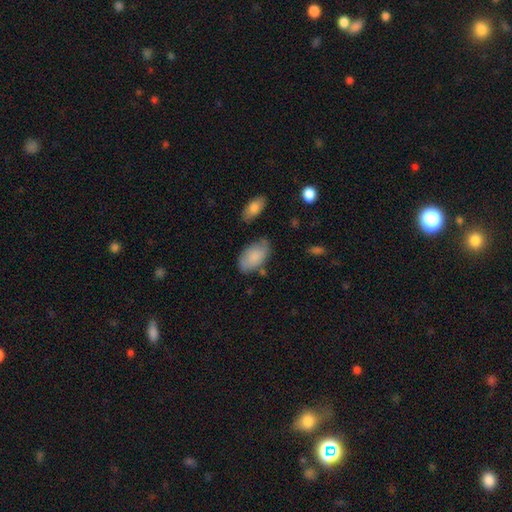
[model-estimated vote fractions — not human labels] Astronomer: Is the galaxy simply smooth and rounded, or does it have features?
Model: smooth — 82%.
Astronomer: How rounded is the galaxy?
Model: in between — 94%.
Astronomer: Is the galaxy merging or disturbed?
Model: none — 65%.